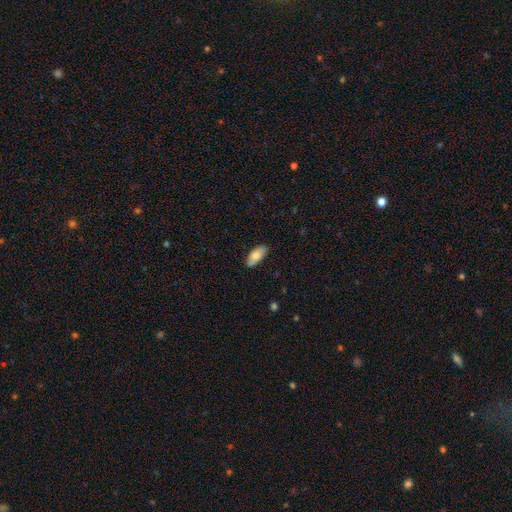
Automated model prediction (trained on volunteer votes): smooth-or-featured: smooth: 77% | featured or disk: 16% | star or artifact: 6%
  how-rounded: in between: 88% | cigar-shaped: 10% | round: 2%
  merging: none: 81% | minor disturbance: 16% | major disturbance: 2% | merger: 1%